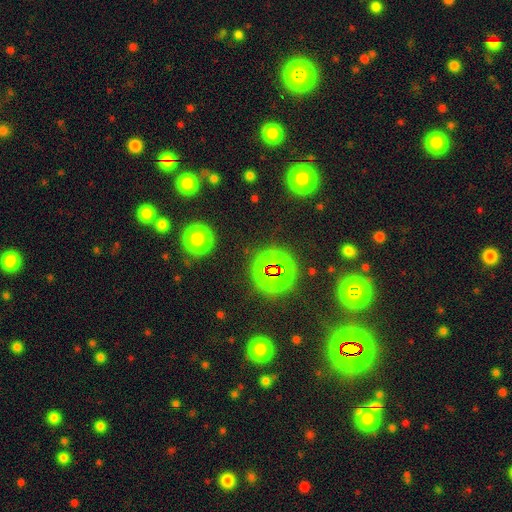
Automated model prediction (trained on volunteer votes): A star or artifact, not a galaxy (70%).